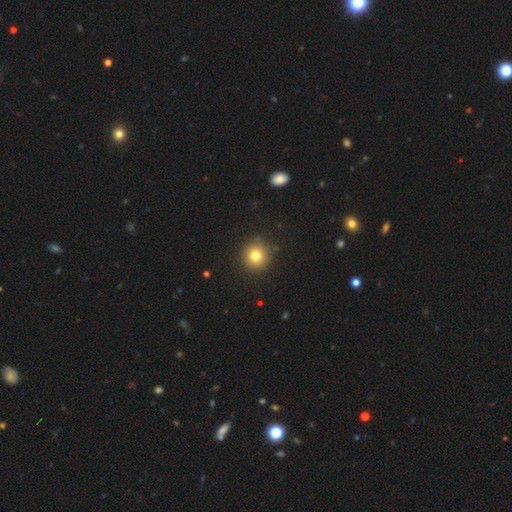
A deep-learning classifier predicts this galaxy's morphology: smooth 79%, star or artifact 13%, featured or disk 8%. Down the decision tree: how rounded — round (91%); merging — none (89%).